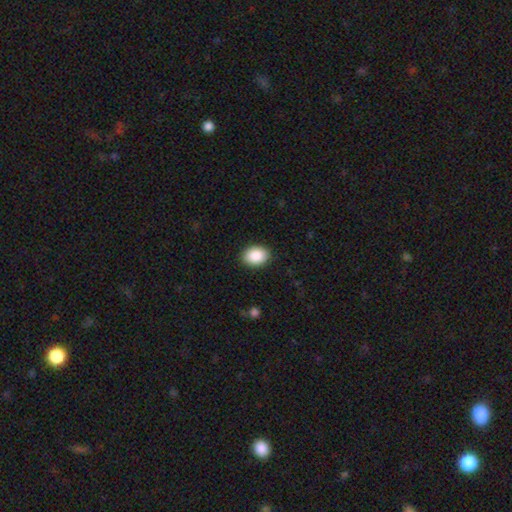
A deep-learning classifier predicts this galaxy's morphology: Smooth or featured? Predicted: smooth (p=0.90). How rounded? Predicted: in between (p=0.72). Merging? Predicted: none (p=0.90).